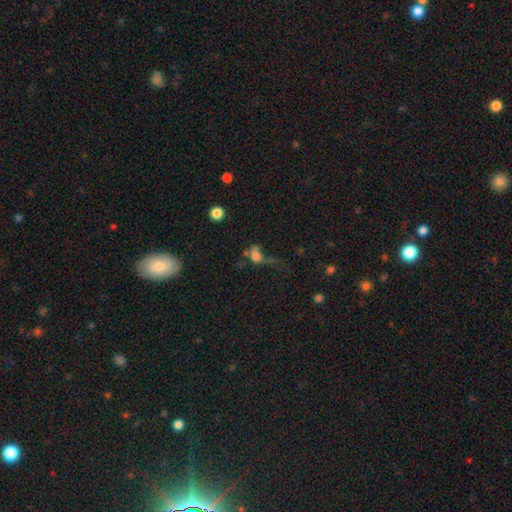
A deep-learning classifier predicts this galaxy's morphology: This is likely a smooth galaxy (61%). How rounded: likely in between (69%). Merging: possibly major disturbance (46%).